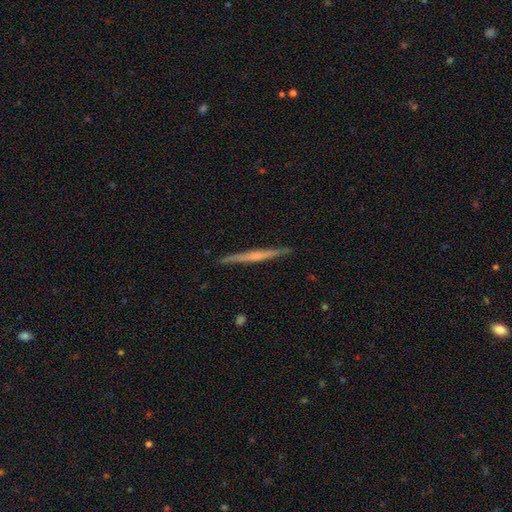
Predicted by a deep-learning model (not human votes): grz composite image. It shows a featured or disk galaxy (65%) viewed edge-on (98%) with no central bulge (46%). Merging: none (91%).